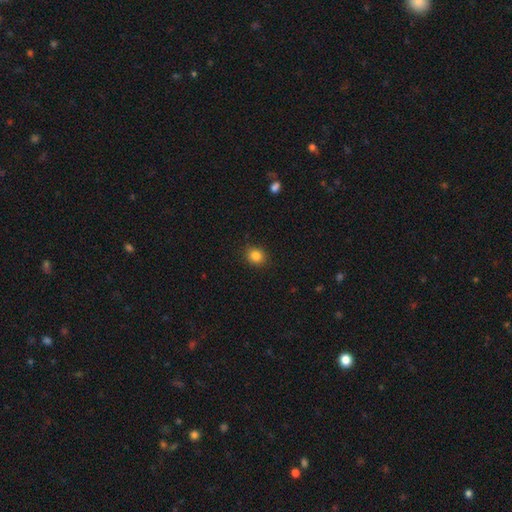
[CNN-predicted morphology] smooth_or_featured: smooth (p=0.84) [alt: star or artifact p=0.11]
how_rounded: round (p=0.76) [alt: in between p=0.23]
merging: none (p=0.89) [alt: minor disturbance p=0.08]